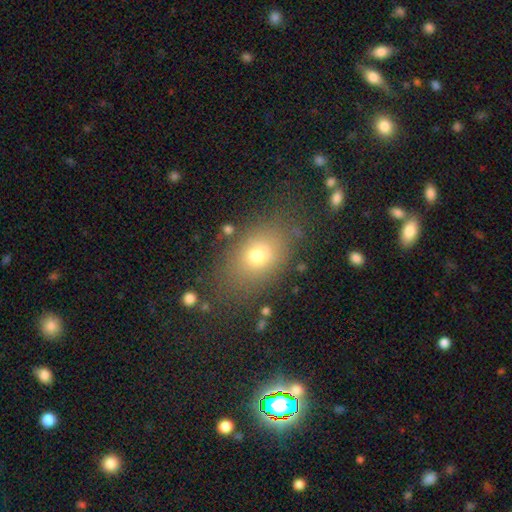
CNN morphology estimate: Smooth or featured?
  - smooth: 72% *
  - star or artifact: 14%
  - featured or disk: 14%
How rounded?
  - in between: 75% *
  - round: 23%
  - cigar-shaped: 2%
Merging?
  - none: 76% *
  - minor disturbance: 14%
  - major disturbance: 7%
  - merger: 3%